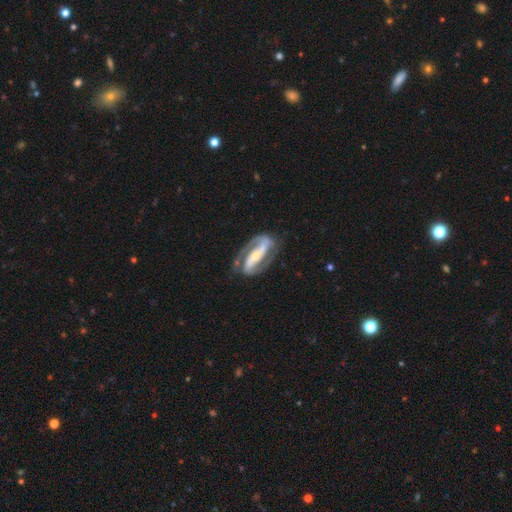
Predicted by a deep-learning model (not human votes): A featured or disk galaxy (90%) with a strong bar (70%), 2 (92%) medium (48%) spiral arms (96%) and a small central bulge (47%). Merging: none (77%).